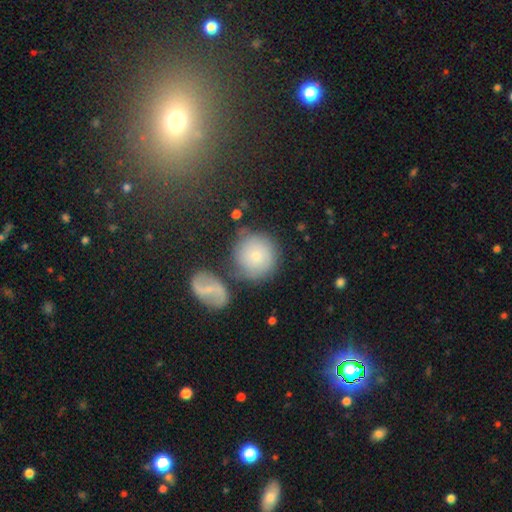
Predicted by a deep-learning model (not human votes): smooth-or-featured: smooth: 65% | featured or disk: 26% | star or artifact: 9%
  how-rounded: round: 91% | in between: 8% | cigar-shaped: 1%
  merging: none: 65% | merger: 16% | minor disturbance: 14% | major disturbance: 5%